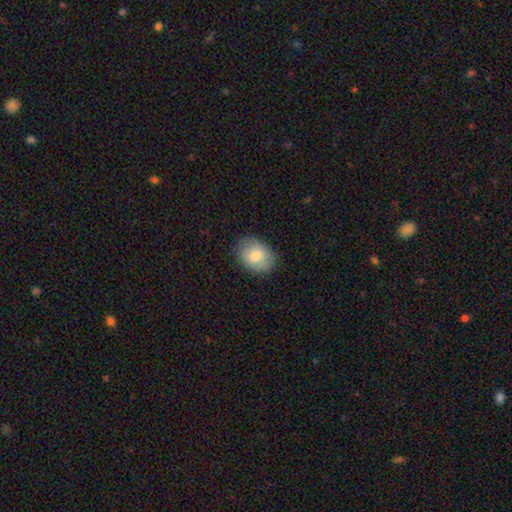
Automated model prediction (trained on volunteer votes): Smooth or featured? smooth (78%)
How rounded? in between (65%)
Merging? none (82%)